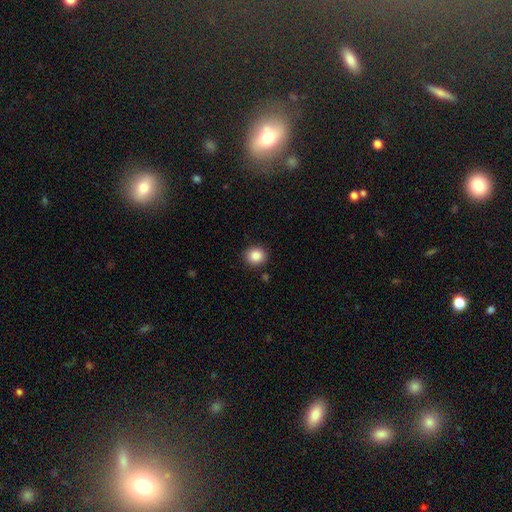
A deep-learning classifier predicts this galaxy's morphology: This is clearly a smooth galaxy (87%). How rounded: likely round (80%). Merging: clearly none (90%).